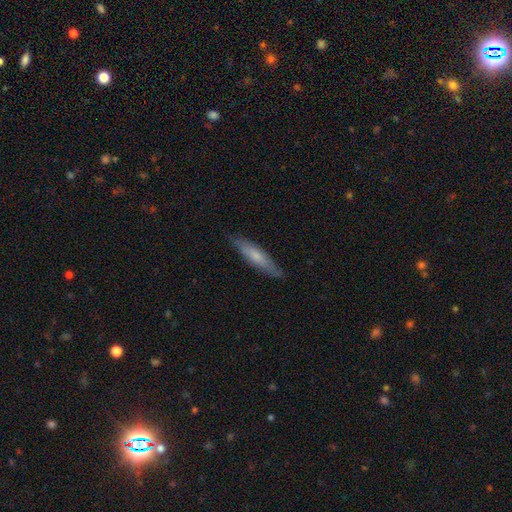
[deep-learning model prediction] Morphology: type=smooth (63%); roundness=cigar-shaped (85%); merging=none (85%).